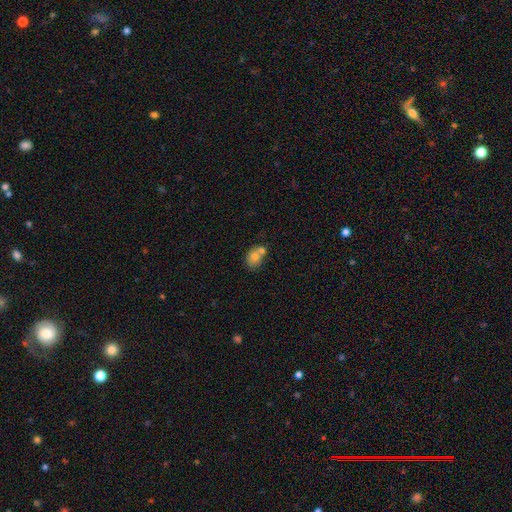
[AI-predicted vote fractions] Smooth or featured? smooth (74%)
How rounded? in between (58%)
Merging? merger (44%)